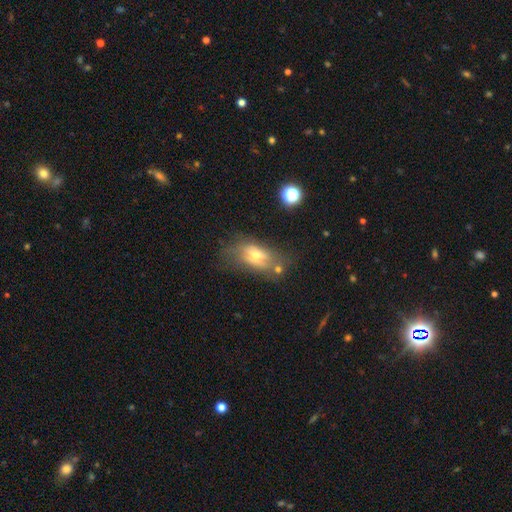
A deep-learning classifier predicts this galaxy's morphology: smooth 45%, featured or disk 43%, star or artifact 11%. Down the decision tree: merging — none (50%).